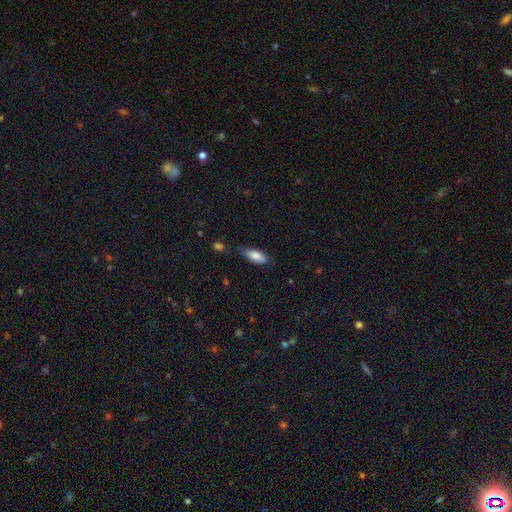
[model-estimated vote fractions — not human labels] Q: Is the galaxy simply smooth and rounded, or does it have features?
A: smooth — 81%.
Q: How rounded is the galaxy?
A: in between — 74%.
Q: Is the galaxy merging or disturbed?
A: none — 68%.